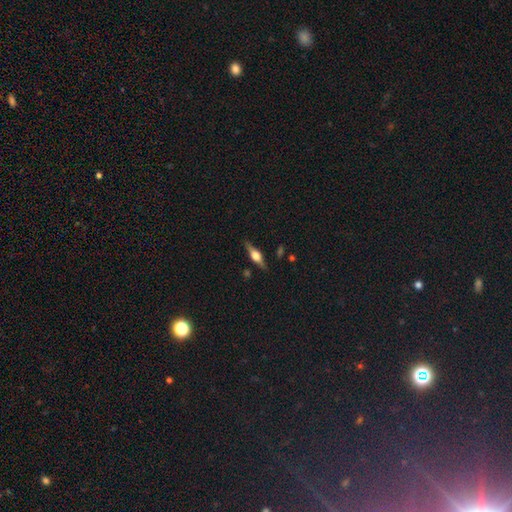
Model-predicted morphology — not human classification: Q: Smooth or featured?
A: featured or disk (70%); runner-up: smooth (23%)
Q: Edge-on disk?
A: yes (97%); runner-up: no (3%)
Q: Edge-on bulge?
A: rounded (92%); runner-up: boxy (6%)
Q: Merging?
A: none (87%); runner-up: minor disturbance (10%)